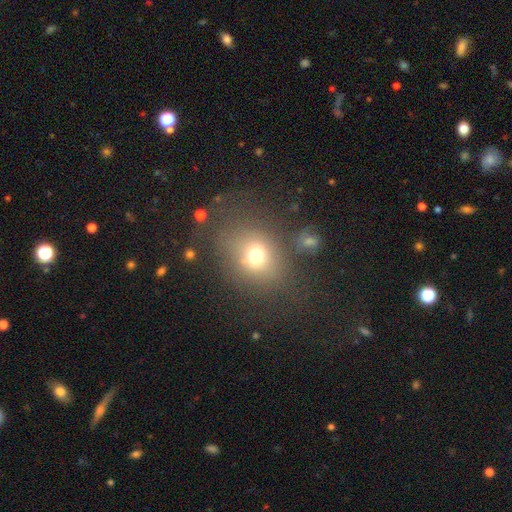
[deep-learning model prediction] Smooth or featured?
  - smooth: 70% *
  - star or artifact: 16%
  - featured or disk: 14%
How rounded?
  - round: 58% *
  - in between: 41%
  - cigar-shaped: 1%
Merging?
  - none: 66% *
  - minor disturbance: 16%
  - major disturbance: 11%
  - merger: 7%